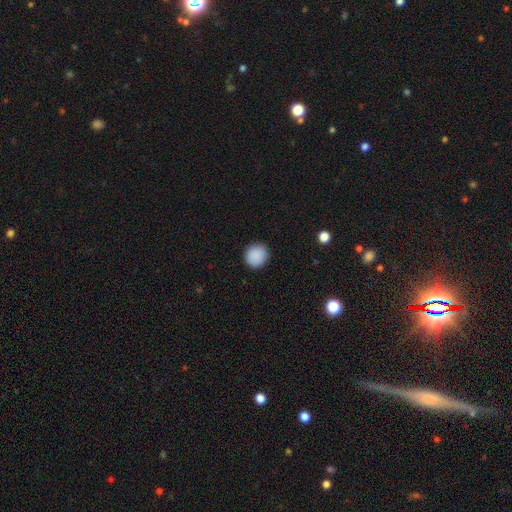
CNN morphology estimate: This is clearly a smooth galaxy (89%). How rounded: clearly round (92%). Merging: clearly none (91%).